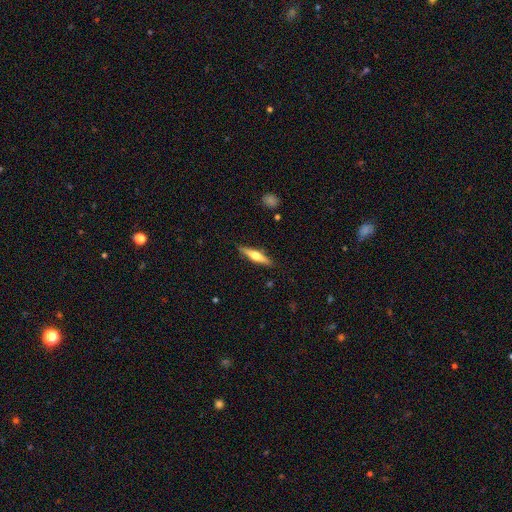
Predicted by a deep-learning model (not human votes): A featured or disk galaxy (57%) viewed edge-on (95%) with a rounded central bulge (93%). Merging: none (88%).